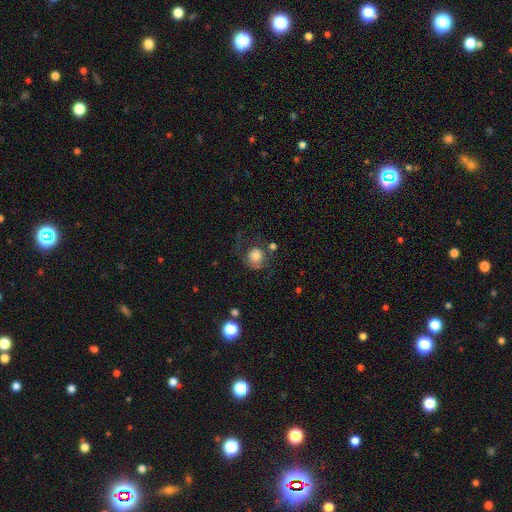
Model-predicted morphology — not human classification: Smooth or featured?
  - smooth: 67% *
  - featured or disk: 23%
  - star or artifact: 10%
How rounded?
  - round: 85% *
  - in between: 14%
  - cigar-shaped: 1%
Merging?
  - none: 42% *
  - major disturbance: 32%
  - minor disturbance: 19%
  - merger: 7%